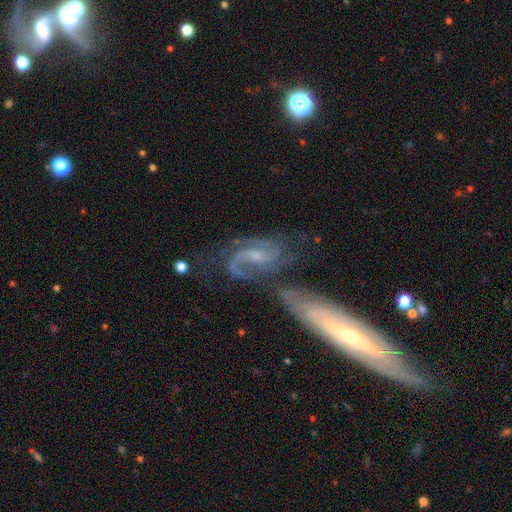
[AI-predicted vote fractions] Overall: featured or disk (88%). Edge-on disk: no (95%). Bar: weak (50%; no 35%). Spiral arms: yes (97%). Spiral arm count: 2 (85%). Spiral winding: medium (53%; loose 27%). Bulge size: small (54%; moderate 27%). Merging: none (44%; merger 28%).